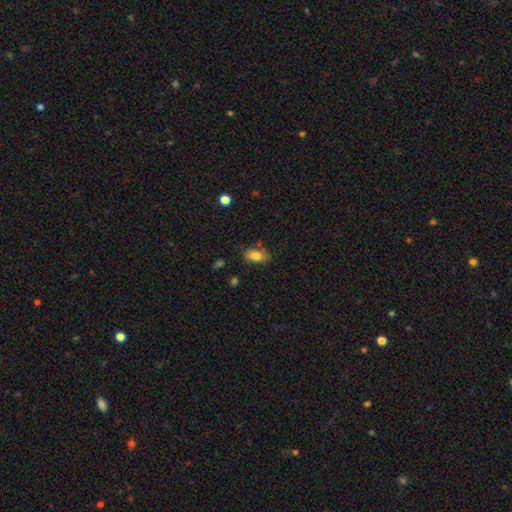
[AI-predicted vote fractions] This appears to be a smooth galaxy with no disk features (82%) that is in between round and cigar-shaped (88%). Merging: none (76%).